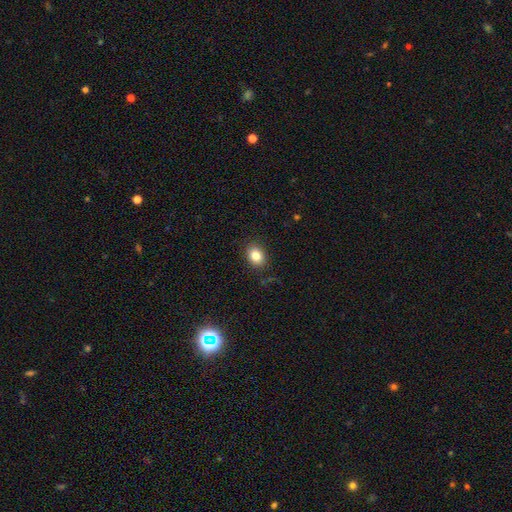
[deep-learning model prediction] Q: Smooth or featured?
A: smooth (83%); runner-up: star or artifact (10%)
Q: How rounded?
A: in between (58%); runner-up: round (41%)
Q: Merging?
A: none (87%); runner-up: minor disturbance (9%)